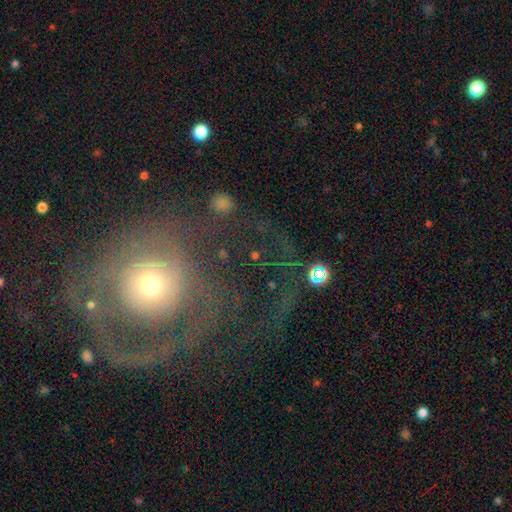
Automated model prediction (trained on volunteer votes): This is marginally a star or artifact rather than a galaxy (36%).